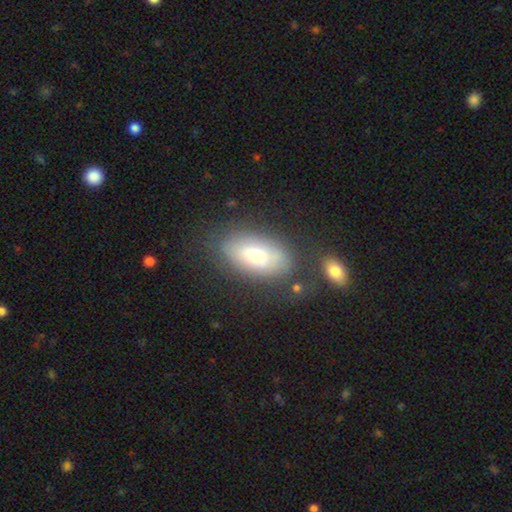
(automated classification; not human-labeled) The model was most divided on "smooth or featured": smooth: 66%, featured or disk: 26%, star or artifact: 8%. More confident: how rounded — in between (89%); merging — none (71%).